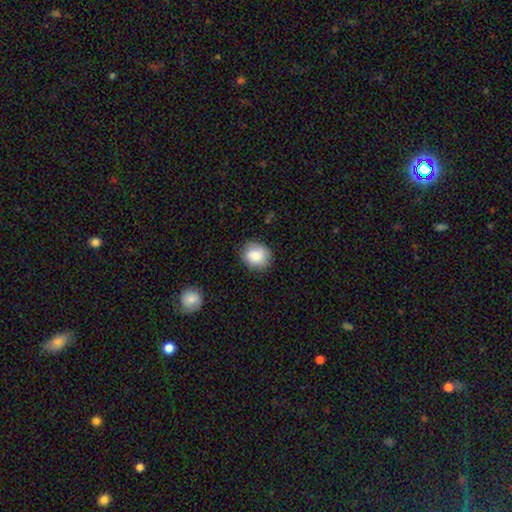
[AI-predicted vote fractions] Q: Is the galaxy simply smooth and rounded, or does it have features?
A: smooth — 81%.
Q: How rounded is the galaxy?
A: round — 70%.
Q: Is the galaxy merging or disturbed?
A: none — 80%.